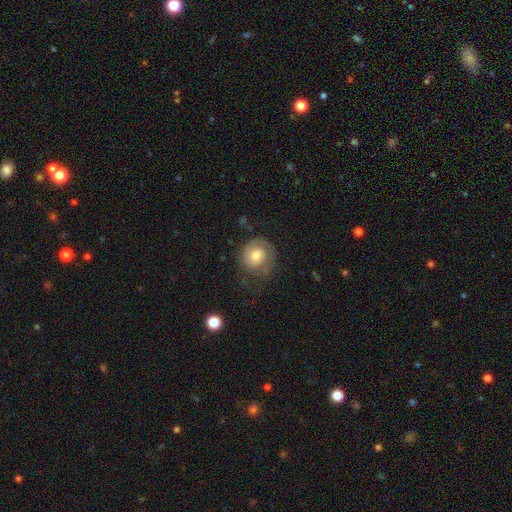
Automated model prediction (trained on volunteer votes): This is possibly a smooth galaxy (56%). How rounded: clearly round (82%). Merging: possibly none (56%).